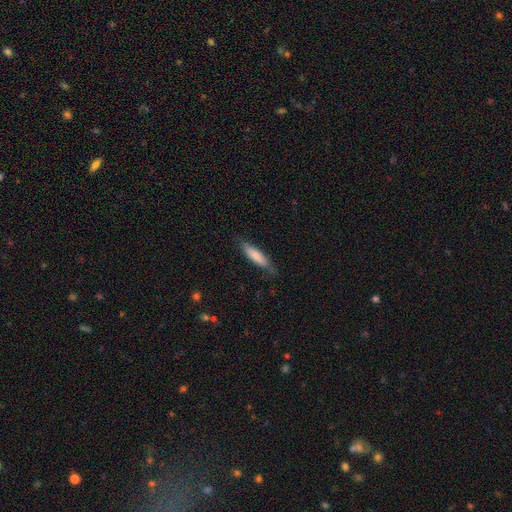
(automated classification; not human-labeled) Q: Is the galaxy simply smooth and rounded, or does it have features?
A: smooth — 77%.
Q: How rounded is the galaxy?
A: cigar-shaped — 71%.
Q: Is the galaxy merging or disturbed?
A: none — 76%.